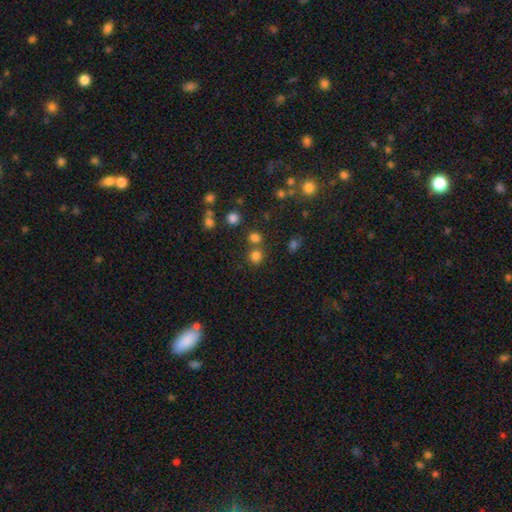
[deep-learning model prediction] Smooth or featured? smooth (75%)
How rounded? round (89%)
Merging? none (68%)